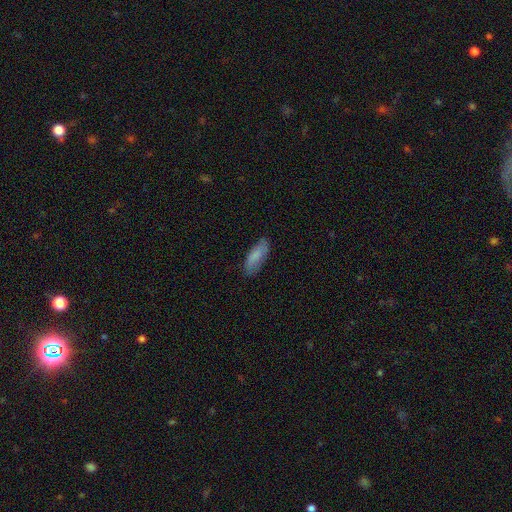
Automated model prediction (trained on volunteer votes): Q: Smooth or featured?
A: smooth (83%); runner-up: featured or disk (11%)
Q: How rounded?
A: in between (66%); runner-up: cigar-shaped (33%)
Q: Merging?
A: none (79%); runner-up: minor disturbance (17%)